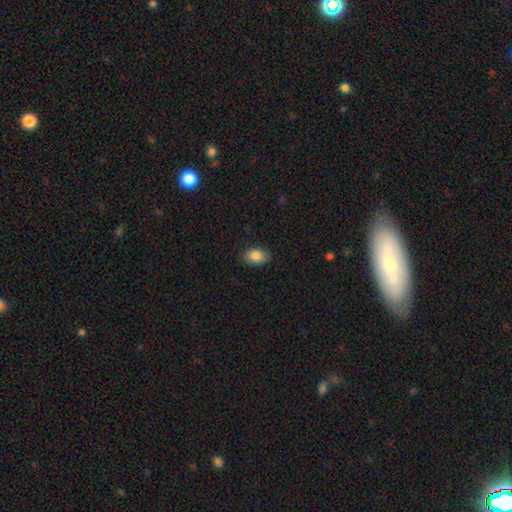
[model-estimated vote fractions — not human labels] smooth 87%, star or artifact 8%, featured or disk 5%. Down the decision tree: how rounded — in between (84%); merging — none (86%).